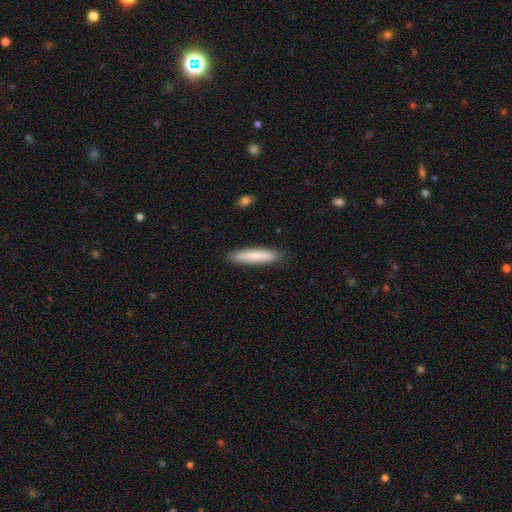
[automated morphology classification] Smooth or featured? Predicted: smooth (p=0.81). How rounded? Predicted: cigar-shaped (p=0.89). Merging? Predicted: none (p=0.89).